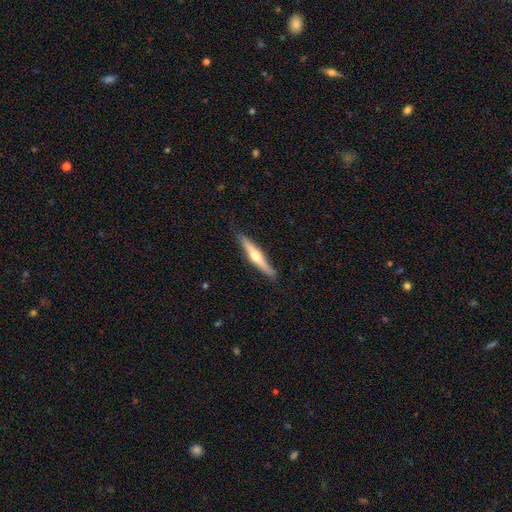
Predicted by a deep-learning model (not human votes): This is possibly a featured or disk galaxy (60%). It is clearly viewed edge-on (97%). Edge-on bulge: clearly rounded (90%). Merging: clearly none (89%).